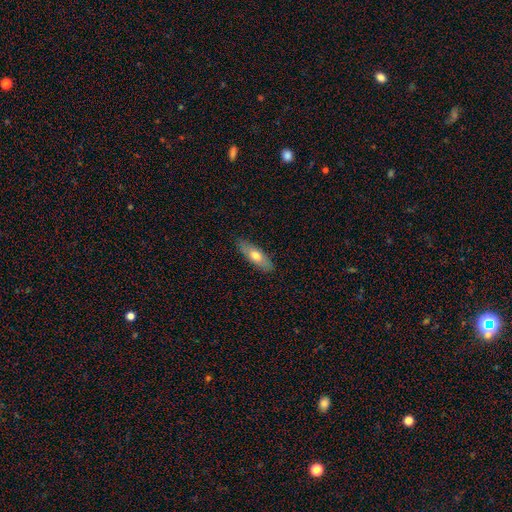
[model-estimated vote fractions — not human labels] Smooth or featured? smooth (64%)
How rounded? in between (58%)
Merging? none (86%)